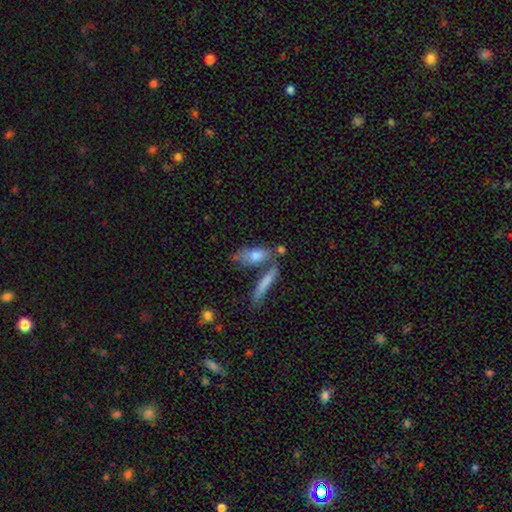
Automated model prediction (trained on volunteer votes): Smooth or featured?
  - smooth: 72% *
  - featured or disk: 21%
  - star or artifact: 7%
How rounded?
  - in between: 61% *
  - cigar-shaped: 35%
  - round: 4%
Merging?
  - none: 48% *
  - merger: 29%
  - minor disturbance: 16%
  - major disturbance: 7%